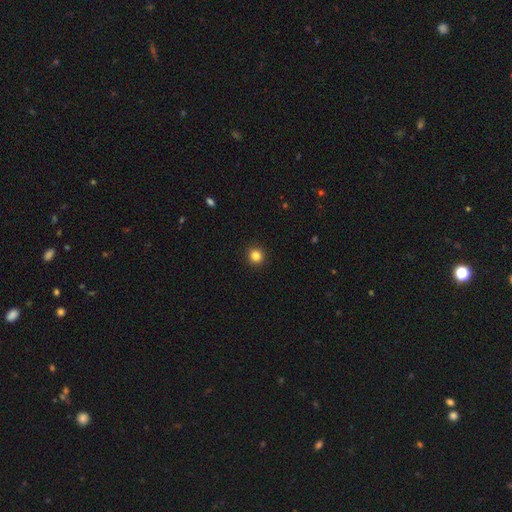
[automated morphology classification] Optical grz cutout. It shows a smooth galaxy with no disk features (84%) that is round (92%). Merging: none (93%).